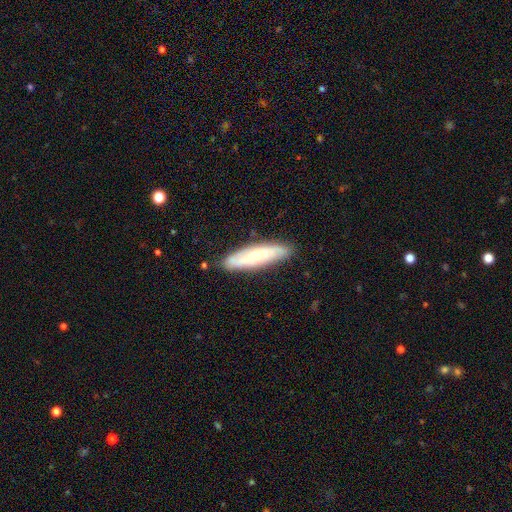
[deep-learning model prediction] Morphology: type=featured or disk (51%); edge-on=no (55%); merging=none (84%).